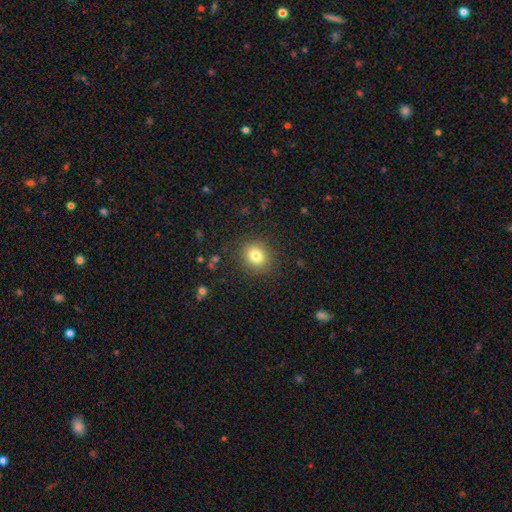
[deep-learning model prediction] Morphology: type=smooth (80%); roundness=round (79%); merging=none (88%).